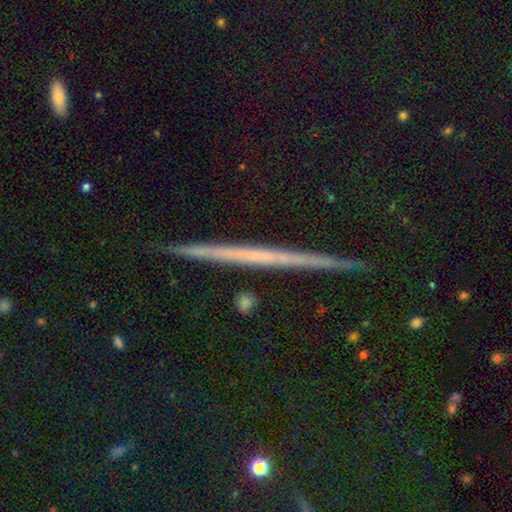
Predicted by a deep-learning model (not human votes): smooth_or_featured: featured or disk (p=0.56) [alt: smooth p=0.26]
disk_edge_on: yes (p=0.97) [alt: no p=0.03]
edge_on_bulge: none (p=0.85) [alt: rounded p=0.10]
merging: none (p=0.91) [alt: minor disturbance p=0.06]